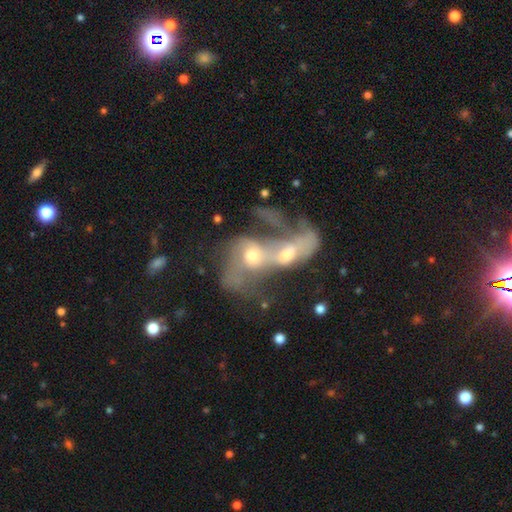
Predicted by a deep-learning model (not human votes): A featured or disk galaxy (64%) with no bar (72%), spiral arms (56%) and a moderate central bulge (61%).

Vote fractions:
- Smooth or featured? featured or disk: 64% / smooth: 25% / star or artifact: 10%
- Edge-on disk? no: 95% / yes: 5%
- Bar? no: 72% / weak: 22% / strong: 6%
- Spiral arms? yes: 56% / no: 44%
- Bulge size? moderate: 61% / small: 24% / large: 9% / none: 5% / dominant: 2%
- Merging? merger: 81% / major disturbance: 10% / none: 6% / minor disturbance: 3%